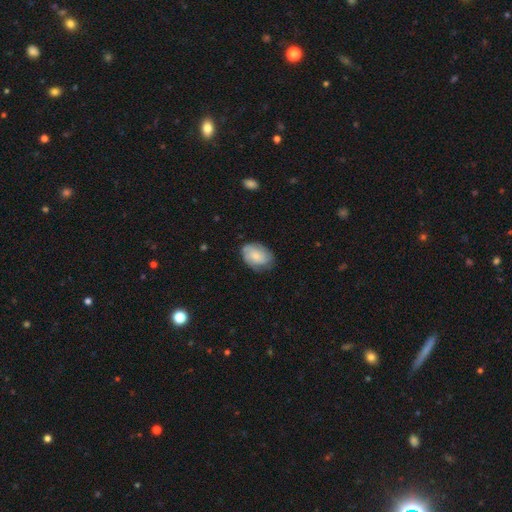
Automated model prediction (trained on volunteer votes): Smooth or featured? Predicted: smooth (p=0.52). How rounded? Predicted: in between (p=0.82). Merging? Predicted: none (p=0.71).